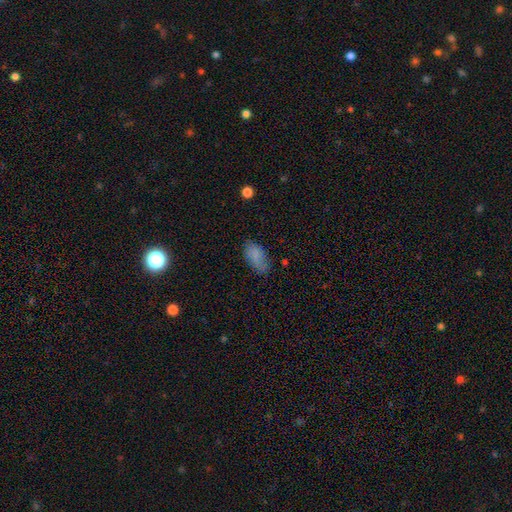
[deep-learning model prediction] This appears to be a smooth galaxy with no disk features (80%) that is in between round and cigar-shaped (93%). Merging: none (64%).